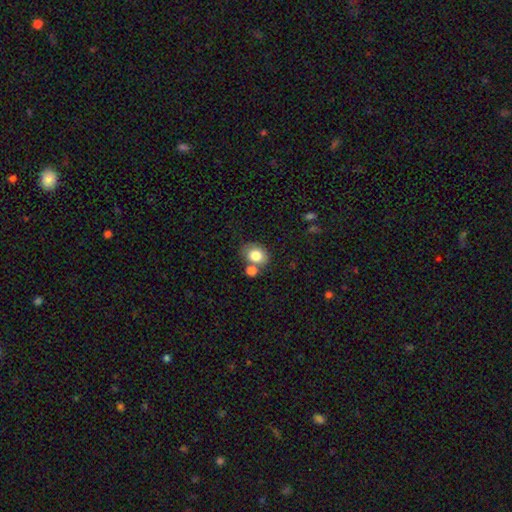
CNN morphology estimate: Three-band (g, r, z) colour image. It shows a smooth galaxy with no disk features (80%) that is in between round and cigar-shaped (51%). Merging: none (56%).